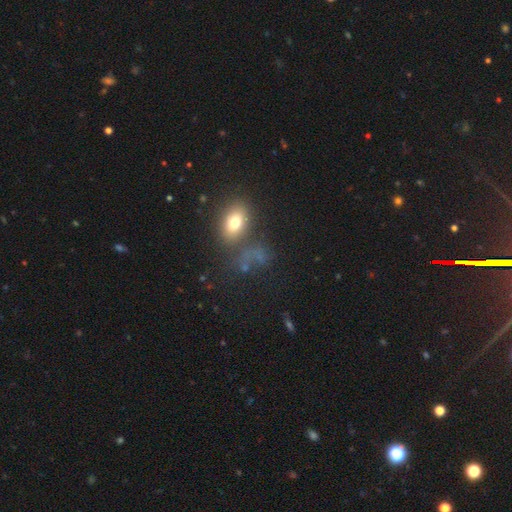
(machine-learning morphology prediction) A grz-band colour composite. It shows a smooth galaxy with no disk features (59%) that is in between round and cigar-shaped (68%). Merging: none (56%).